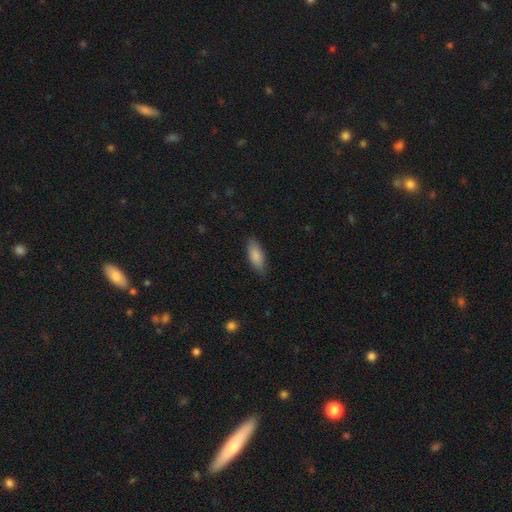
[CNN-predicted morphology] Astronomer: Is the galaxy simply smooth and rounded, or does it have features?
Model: smooth — 86%.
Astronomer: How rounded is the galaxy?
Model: in between — 76%.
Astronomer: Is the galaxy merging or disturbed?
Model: none — 84%.